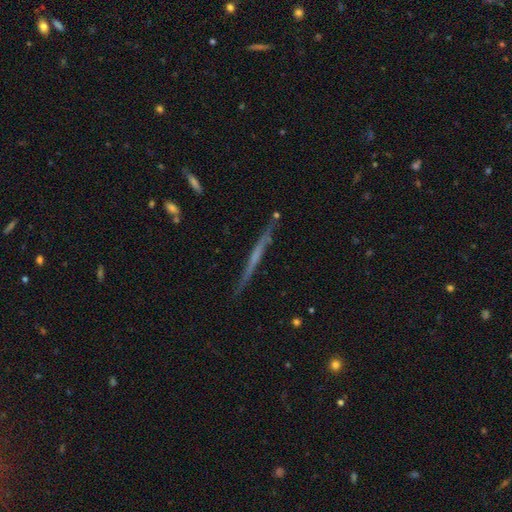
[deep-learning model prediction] Q: Smooth or featured?
A: featured or disk (62%); runner-up: smooth (31%)
Q: Edge-on disk?
A: yes (97%); runner-up: no (3%)
Q: Edge-on bulge?
A: none (81%); runner-up: rounded (12%)
Q: Merging?
A: none (87%); runner-up: minor disturbance (9%)